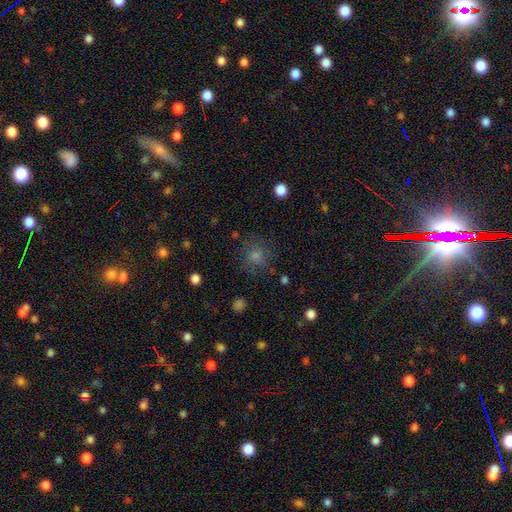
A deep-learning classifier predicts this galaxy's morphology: A smooth galaxy with no disk features (58%) that is round (86%). Merging: none (79%).